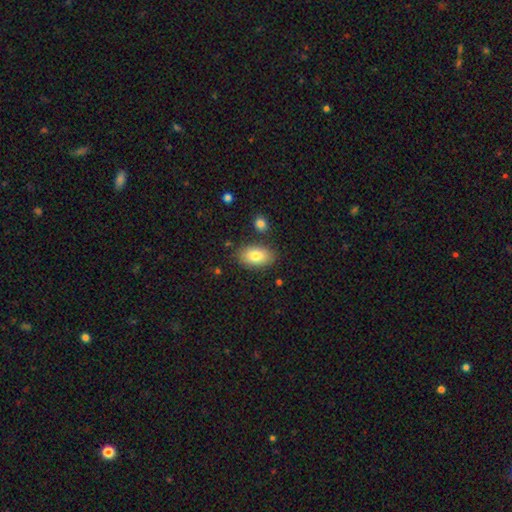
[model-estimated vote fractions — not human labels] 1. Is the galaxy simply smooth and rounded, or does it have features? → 81% smooth, 12% featured or disk, 7% star or artifact.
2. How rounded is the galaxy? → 92% in between, 6% round, 2% cigar-shaped.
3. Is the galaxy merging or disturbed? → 82% none, 11% minor disturbance, 4% merger, 3% major disturbance.